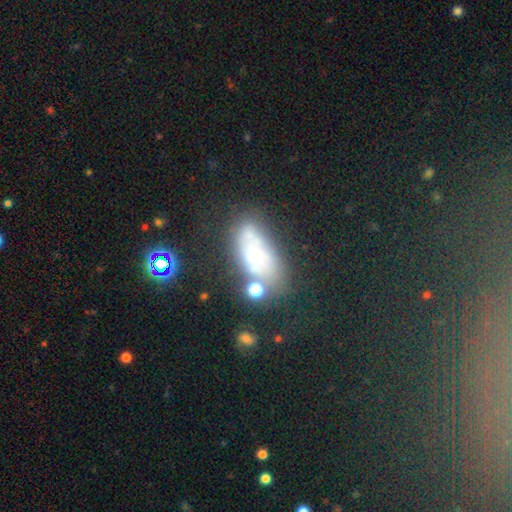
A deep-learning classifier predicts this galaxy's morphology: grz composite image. It shows a smooth galaxy with no disk features (44%). Merging: none (47%).